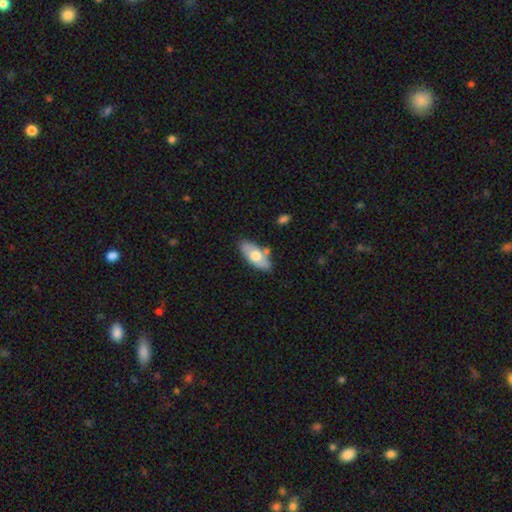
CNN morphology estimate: A smooth galaxy with no disk features (60%) that is in between round and cigar-shaped (89%).

Vote fractions:
- Smooth or featured? smooth: 60% / featured or disk: 35% / star or artifact: 5%
- How rounded? in between: 89% / cigar-shaped: 8% / round: 3%
- Merging? none: 74% / minor disturbance: 16% / merger: 7% / major disturbance: 3%